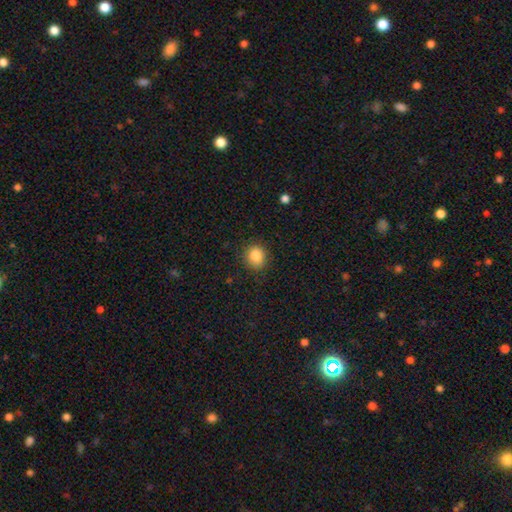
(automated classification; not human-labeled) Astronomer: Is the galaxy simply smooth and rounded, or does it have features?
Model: smooth — 85%.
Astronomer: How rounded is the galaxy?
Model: round — 74%.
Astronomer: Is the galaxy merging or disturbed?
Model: none — 87%.